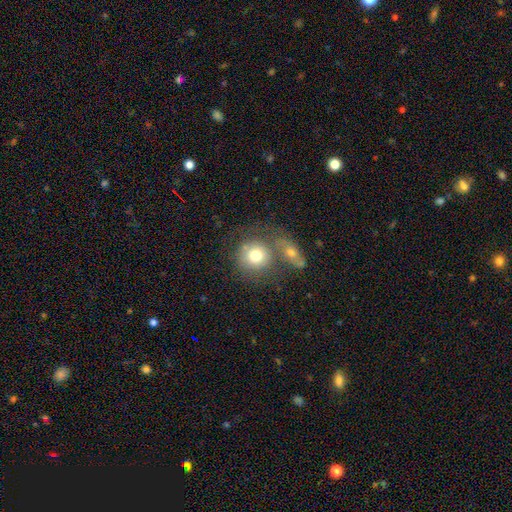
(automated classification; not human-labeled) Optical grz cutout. It shows a smooth galaxy with no disk features (74%) that is round (88%). Merging: none (48%).